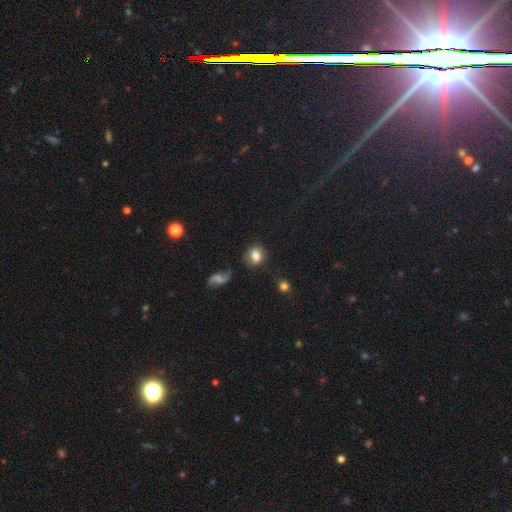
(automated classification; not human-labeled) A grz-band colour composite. It shows a smooth galaxy with no disk features (77%) that is round (50%). Merging: none (68%).